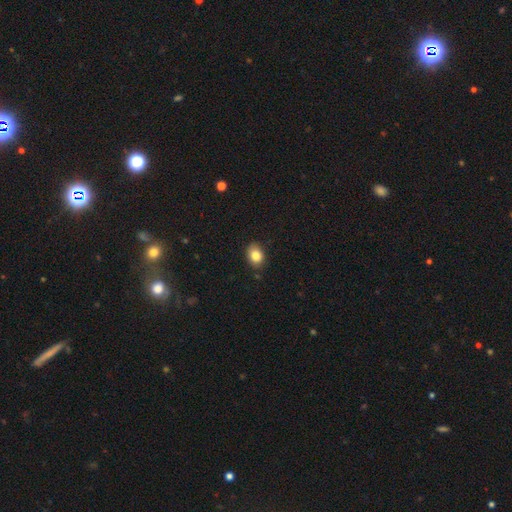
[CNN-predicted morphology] The model was most divided on "how rounded": in between: 67%, round: 32%, cigar-shaped: 1%. More confident: merging — none (85%); smooth or featured — smooth (84%).